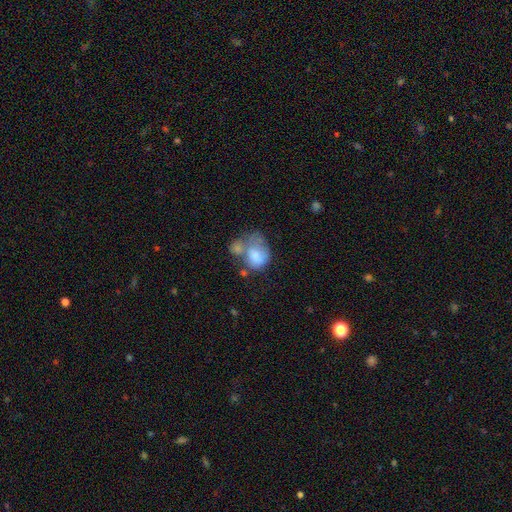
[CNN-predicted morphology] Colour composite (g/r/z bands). It shows a smooth galaxy with no disk features (67%) that is in between round and cigar-shaped (64%). Merging: merger (46%).